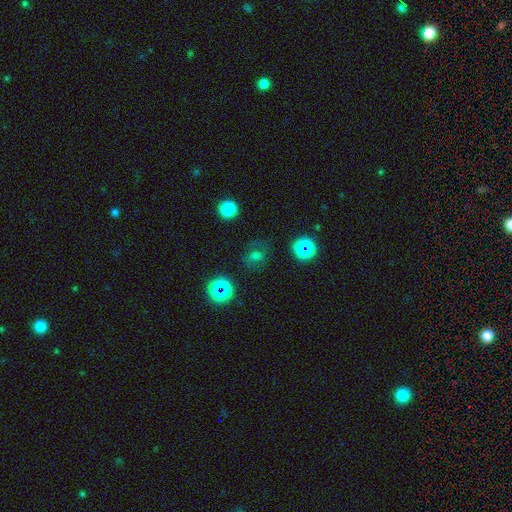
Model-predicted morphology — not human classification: type=smooth (39%); merging=none (76%).